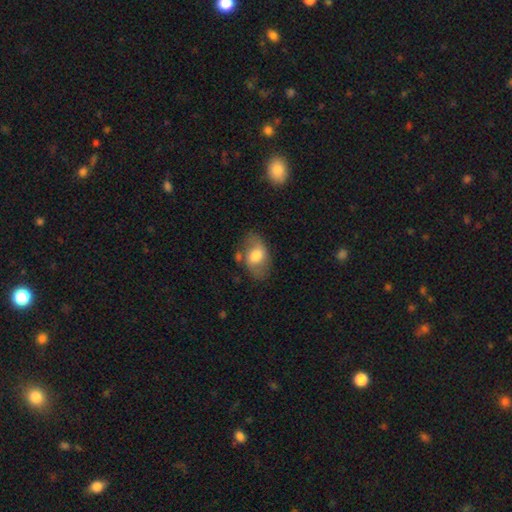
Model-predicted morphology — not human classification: smooth 61%, featured or disk 32%, star or artifact 7%. Down the decision tree: how rounded — in between (85%); merging — none (65%).